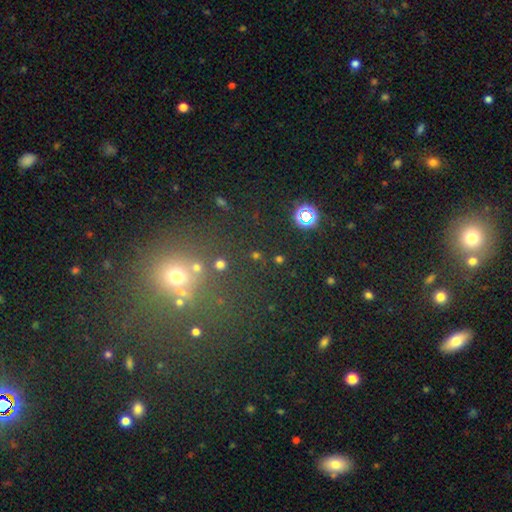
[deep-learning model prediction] This is possibly a smooth galaxy (51%). How rounded: clearly round (84%). Merging: likely none (79%).